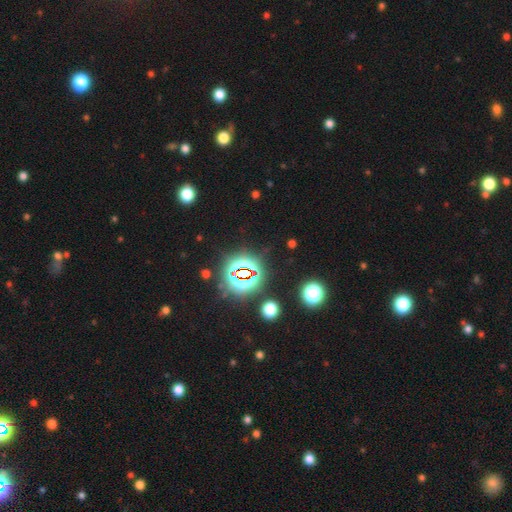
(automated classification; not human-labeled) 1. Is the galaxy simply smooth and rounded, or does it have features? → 81% star or artifact, 12% smooth, 7% featured or disk.